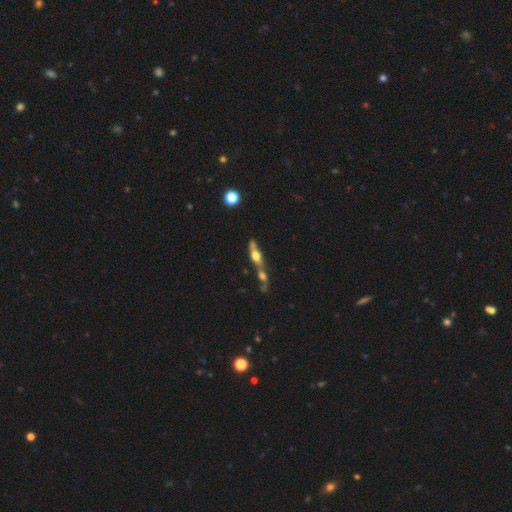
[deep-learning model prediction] Q: Smooth or featured?
A: featured or disk (58%); runner-up: smooth (32%)
Q: Edge-on disk?
A: yes (74%); runner-up: no (26%)
Q: Merging?
A: merger (57%); runner-up: none (27%)